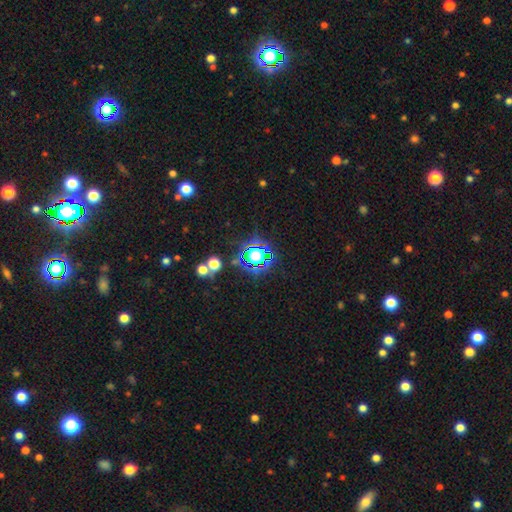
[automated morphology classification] Smooth or featured? star or artifact (58%)